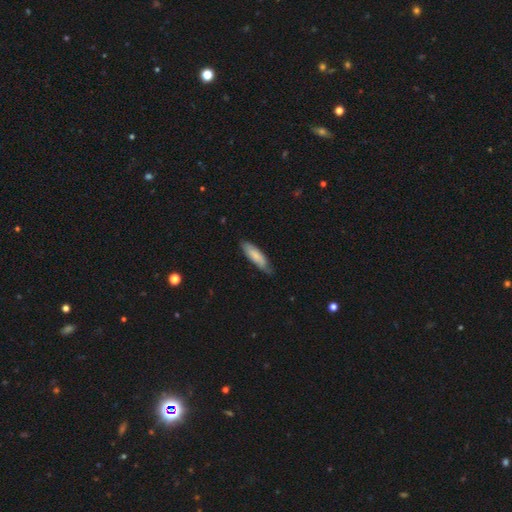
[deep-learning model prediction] Smooth or featured? smooth (74%)
How rounded? cigar-shaped (55%)
Merging? none (70%)